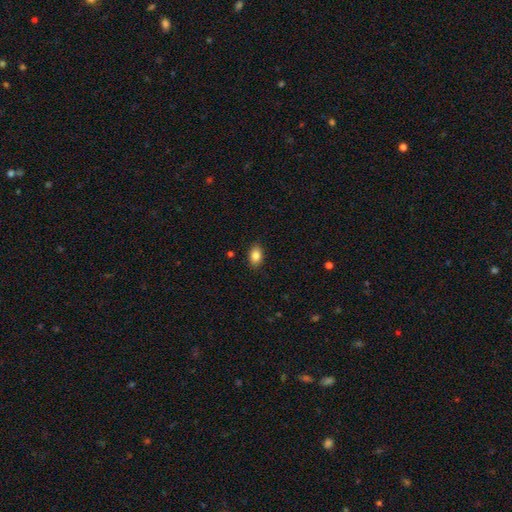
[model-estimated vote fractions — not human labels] smooth-or-featured: smooth: 85% | star or artifact: 8% | featured or disk: 7%
  how-rounded: in between: 84% | round: 14% | cigar-shaped: 1%
  merging: none: 88% | minor disturbance: 9% | major disturbance: 2% | merger: 1%